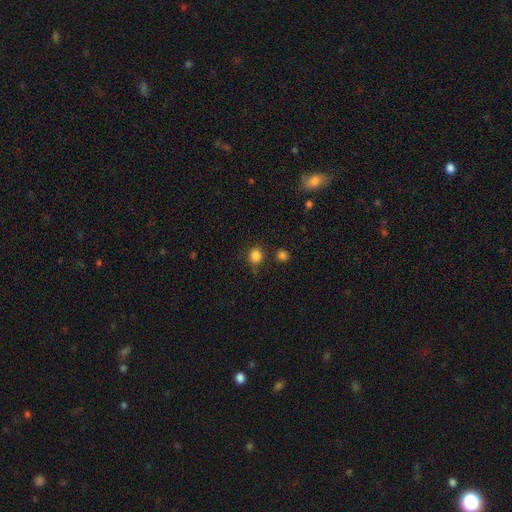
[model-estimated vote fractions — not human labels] The model was most divided on "merging": none: 78%, minor disturbance: 13%, merger: 6%, major disturbance: 4%. More confident: smooth or featured — smooth (84%); how rounded — round (82%).